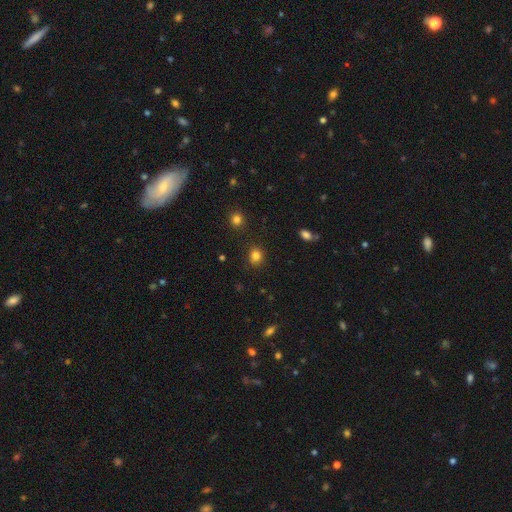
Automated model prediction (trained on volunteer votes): Smooth or featured? smooth (83%)
How rounded? round (72%)
Merging? none (85%)